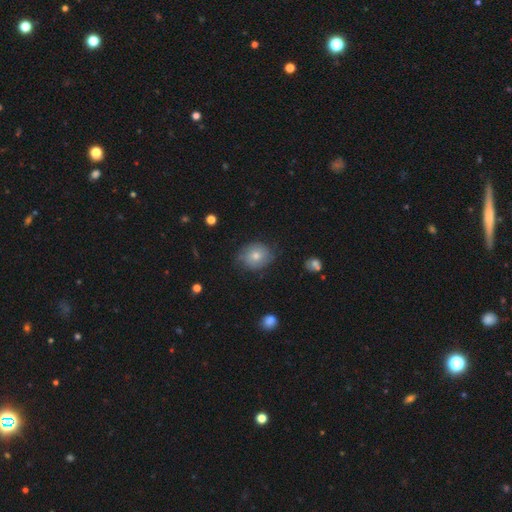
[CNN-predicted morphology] type=smooth (56%); roundness=round (65%); merging=none (74%).